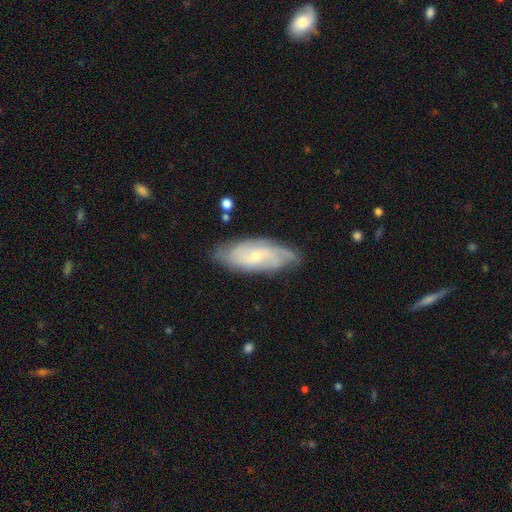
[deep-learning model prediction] Smooth or featured? Predicted: featured or disk (p=0.67). Edge-on disk? Predicted: no (p=0.88). Bar? Predicted: no (p=0.65). Spiral arms? Predicted: yes (p=0.89). Spiral winding? Predicted: tight (p=0.51). Spiral arm count? Predicted: can't tell (p=0.44). Bulge size? Predicted: small (p=0.70). Merging? Predicted: none (p=0.75).